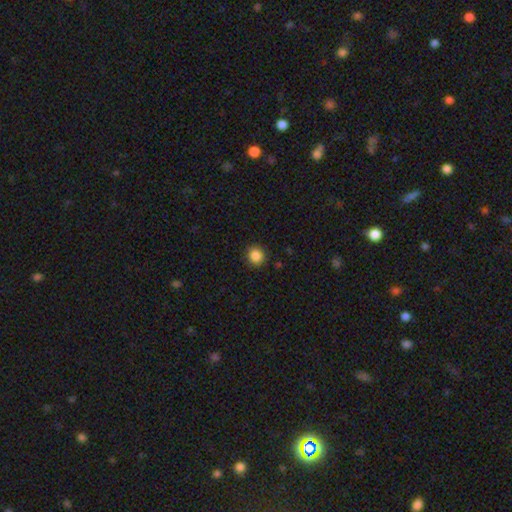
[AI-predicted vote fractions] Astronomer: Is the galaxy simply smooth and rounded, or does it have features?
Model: smooth — 87%.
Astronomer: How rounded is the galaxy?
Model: round — 90%.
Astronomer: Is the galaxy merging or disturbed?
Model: none — 91%.